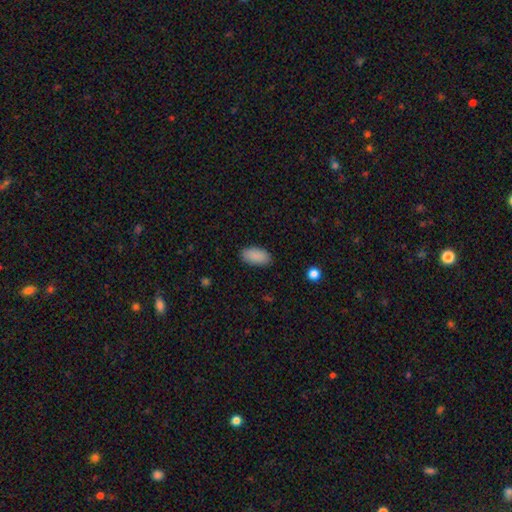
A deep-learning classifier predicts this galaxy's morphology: type=smooth (90%); roundness=in between (94%); merging=none (87%).